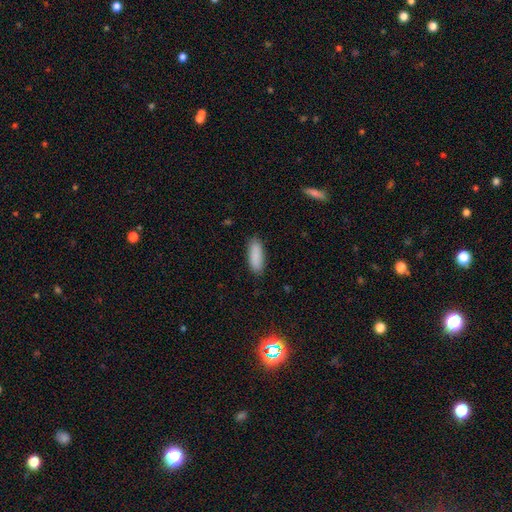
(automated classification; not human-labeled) A smooth galaxy with no disk features (89%) that is in between round and cigar-shaped (66%).

Vote fractions:
- Smooth or featured? smooth: 89% / star or artifact: 6% / featured or disk: 4%
- How rounded? in between: 66% / cigar-shaped: 33% / round: 2%
- Merging? none: 86% / minor disturbance: 11% / major disturbance: 2% / merger: 1%